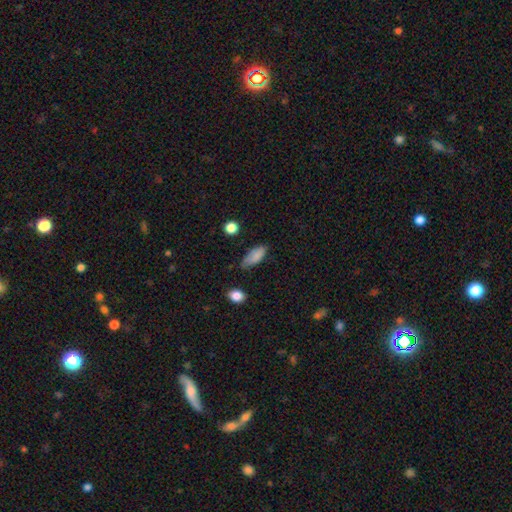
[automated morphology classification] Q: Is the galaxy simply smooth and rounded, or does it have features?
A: smooth — 83%.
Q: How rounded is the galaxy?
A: in between — 84%.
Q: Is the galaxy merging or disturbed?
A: none — 59%.